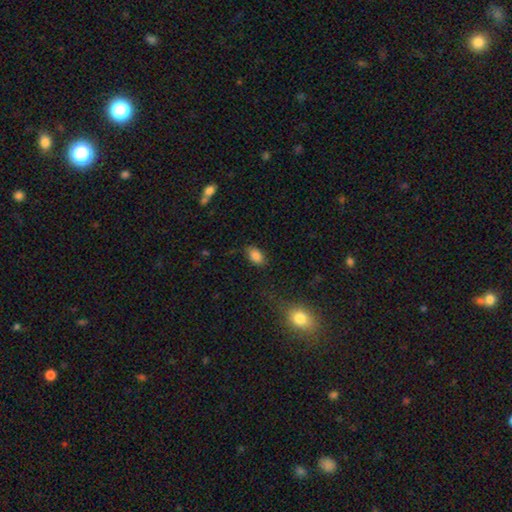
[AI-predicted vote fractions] Morphology: type=smooth (85%); roundness=in between (89%); merging=none (79%).